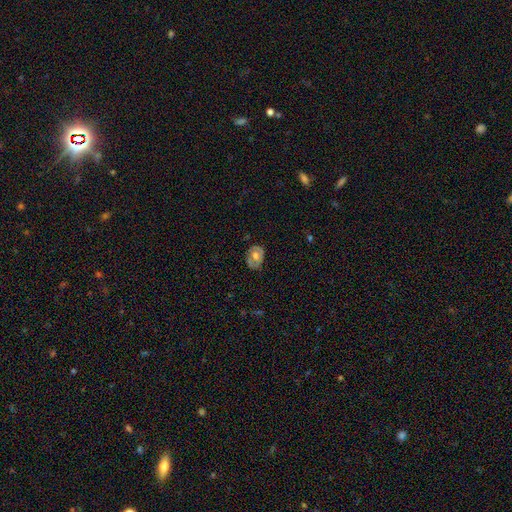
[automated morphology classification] The model was most divided on "smooth or featured": smooth: 47%, featured or disk: 45%, star or artifact: 7%. More confident: merging — none (76%).